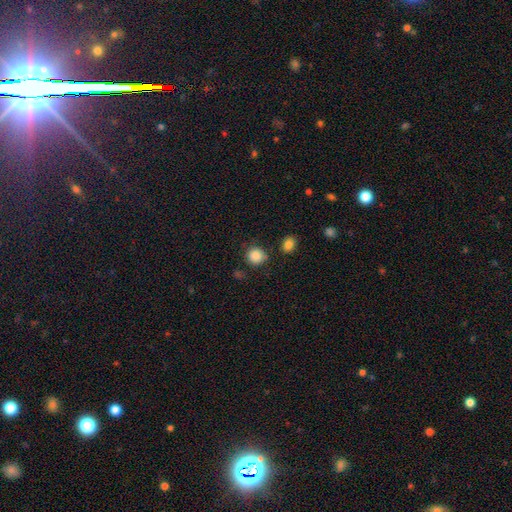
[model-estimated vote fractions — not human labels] This is clearly a smooth galaxy (87%). How rounded: clearly round (90%). Merging: clearly none (82%).